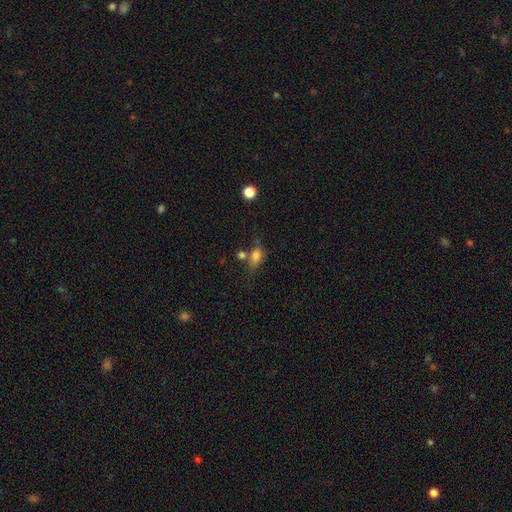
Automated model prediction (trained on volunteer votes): A smooth galaxy with no disk features (78%) that is in between round and cigar-shaped (76%).

Vote fractions:
- Smooth or featured? smooth: 78% / star or artifact: 11% / featured or disk: 11%
- How rounded? in between: 76% / round: 20% / cigar-shaped: 5%
- Merging? none: 46% / merger: 23% / minor disturbance: 21% / major disturbance: 10%